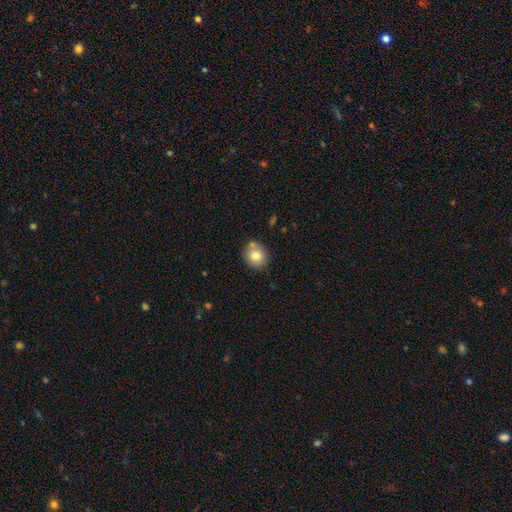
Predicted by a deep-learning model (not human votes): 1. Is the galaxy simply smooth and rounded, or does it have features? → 77% smooth, 13% featured or disk, 10% star or artifact.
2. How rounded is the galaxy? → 74% round, 25% in between, 1% cigar-shaped.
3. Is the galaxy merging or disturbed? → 70% none, 15% merger, 12% minor disturbance, 3% major disturbance.